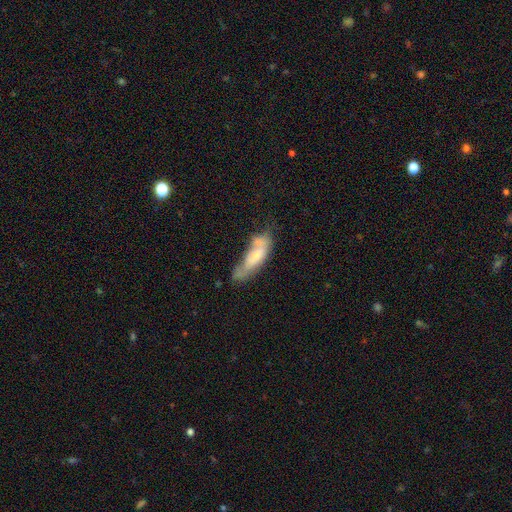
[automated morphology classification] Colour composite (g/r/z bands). It shows a smooth galaxy with no disk features (57%) that is in between round and cigar-shaped (54%). Merging: none (29%).